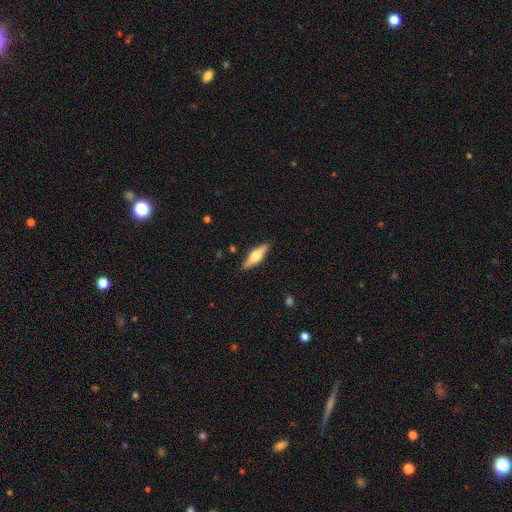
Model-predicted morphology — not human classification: The model was most divided on "smooth or featured": featured or disk: 50%, smooth: 44%, star or artifact: 6%. More confident: edge-on disk — yes (93%); merging — none (88%).